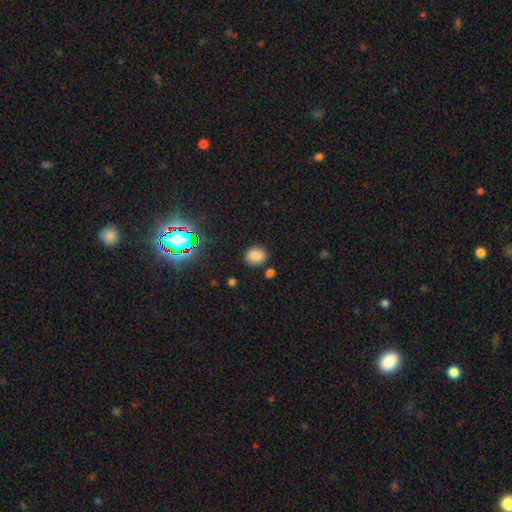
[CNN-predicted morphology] smooth_or_featured: smooth (p=0.80) [alt: star or artifact p=0.14]
how_rounded: round (p=0.61) [alt: in between p=0.38]
merging: none (p=0.82) [alt: minor disturbance p=0.11]